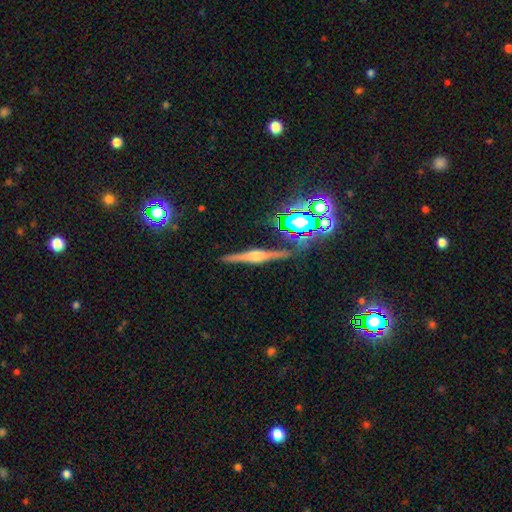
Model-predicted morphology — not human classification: Smooth or featured: featured or disk — 74% (smooth — 14%)
Edge-on disk: yes — 97% (no — 3%)
Edge-on bulge: rounded — 84% (boxy — 12%)
Merging: none — 88% (minor disturbance — 8%)